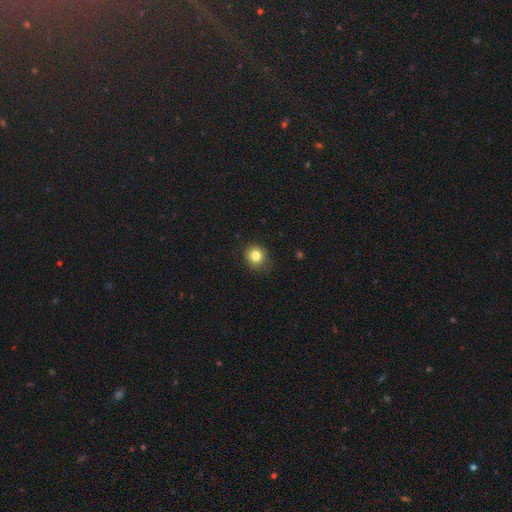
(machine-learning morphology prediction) Smooth or featured?
  - smooth: 82% *
  - star or artifact: 12%
  - featured or disk: 7%
How rounded?
  - round: 85% *
  - in between: 14%
  - cigar-shaped: 1%
Merging?
  - none: 83% *
  - minor disturbance: 13%
  - major disturbance: 3%
  - merger: 1%